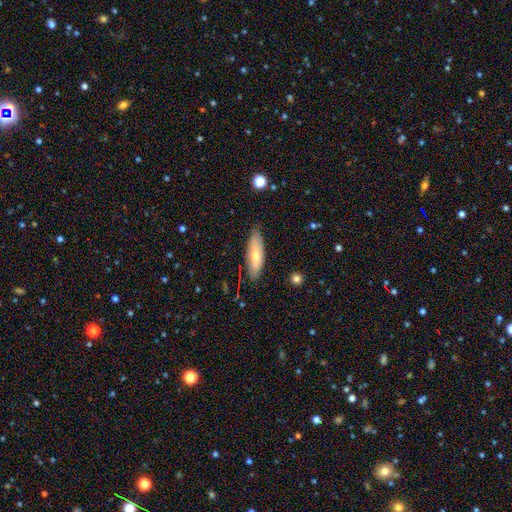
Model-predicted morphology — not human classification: smooth-or-featured: smooth: 63% | featured or disk: 31% | star or artifact: 6%
  how-rounded: in between: 51% | cigar-shaped: 47% | round: 2%
  merging: none: 81% | minor disturbance: 15% | major disturbance: 3% | merger: 1%